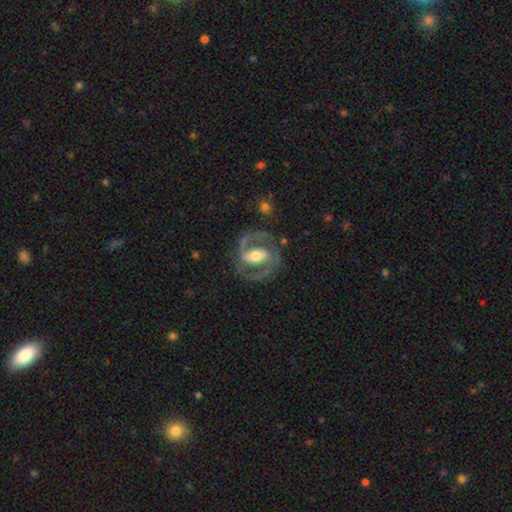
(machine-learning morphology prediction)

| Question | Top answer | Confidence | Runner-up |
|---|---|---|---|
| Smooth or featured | featured or disk | 86% | smooth (9%) |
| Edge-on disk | no | 97% | yes (3%) |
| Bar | strong | 52% | weak (33%) |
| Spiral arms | yes | 92% | no (8%) |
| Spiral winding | medium | 57% | tight (27%) |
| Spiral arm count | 2 | 90% | can't tell (3%) |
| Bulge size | moderate | 60% | small (22%) |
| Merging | none | 75% | minor disturbance (13%) |